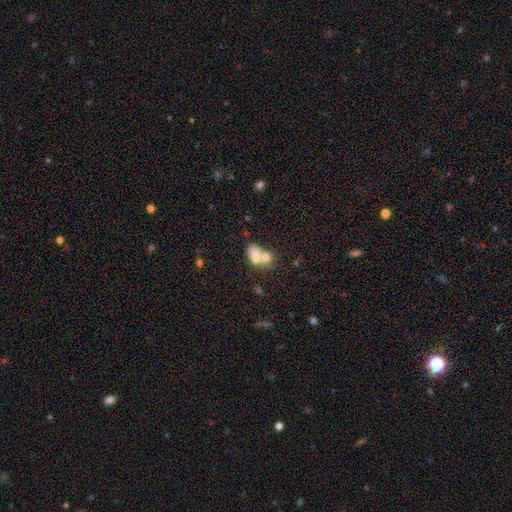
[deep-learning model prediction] A smooth galaxy with no disk features (68%) that is in between round and cigar-shaped (69%). Merging: merger (65%).